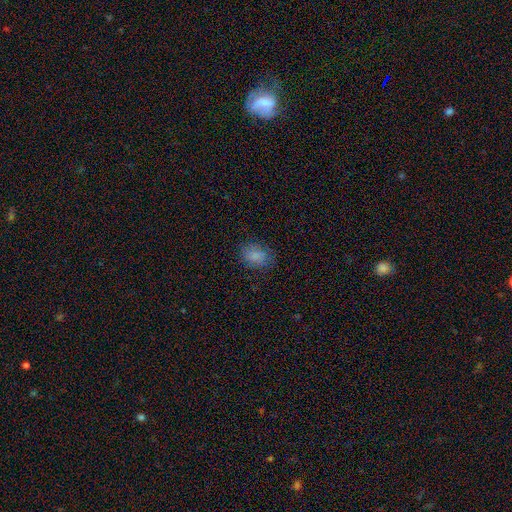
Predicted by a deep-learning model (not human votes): Smooth or featured?
  - smooth: 84% *
  - star or artifact: 10%
  - featured or disk: 7%
How rounded?
  - in between: 63% *
  - round: 36%
  - cigar-shaped: 1%
Merging?
  - none: 78% *
  - minor disturbance: 16%
  - major disturbance: 5%
  - merger: 1%